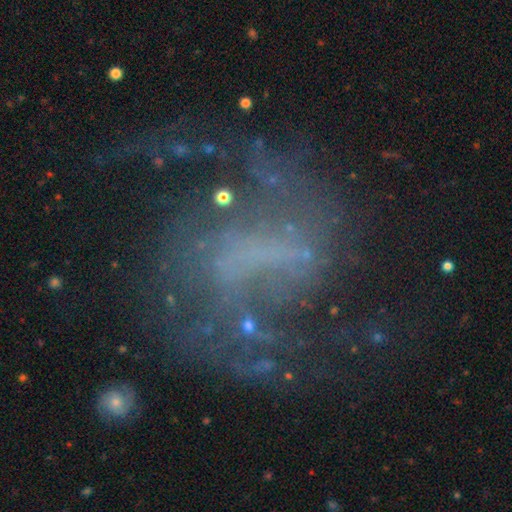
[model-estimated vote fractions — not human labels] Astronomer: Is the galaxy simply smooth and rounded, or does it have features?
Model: featured or disk — 82%.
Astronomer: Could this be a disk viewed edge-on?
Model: no — 98%.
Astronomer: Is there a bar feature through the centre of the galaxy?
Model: weak — 42% (runner-up: strong, 31%).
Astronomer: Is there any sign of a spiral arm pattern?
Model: yes — 91%.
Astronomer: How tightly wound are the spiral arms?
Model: loose — 44%, tied with medium at 44%.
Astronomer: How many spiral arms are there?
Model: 2 — 83%.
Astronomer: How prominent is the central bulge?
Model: none — 69%.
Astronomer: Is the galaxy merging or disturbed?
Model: none — 60%.